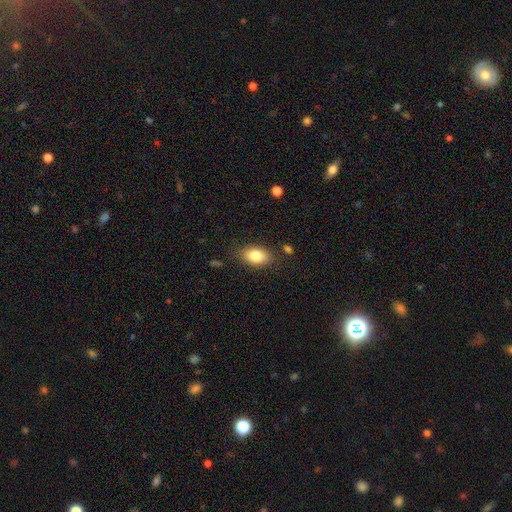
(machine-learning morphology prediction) This appears to be a smooth galaxy with no disk features (82%) that is in between round and cigar-shaped (89%). Merging: none (81%).